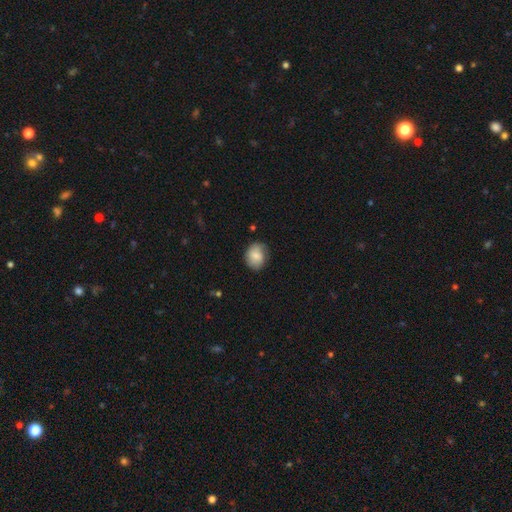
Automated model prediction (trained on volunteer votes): A smooth galaxy with no disk features (77%) that is round (56%). Merging: none (70%).